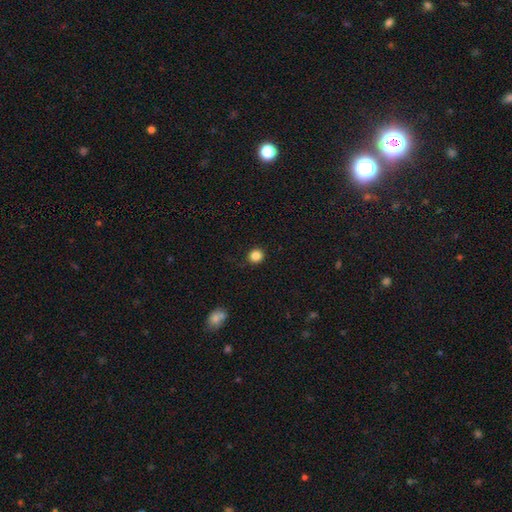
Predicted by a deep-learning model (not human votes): A smooth galaxy with no disk features (85%) that is round (92%).

Vote fractions:
- Smooth or featured? smooth: 85% / star or artifact: 11% / featured or disk: 4%
- How rounded? round: 92% / in between: 7% / cigar-shaped: 1%
- Merging? none: 89% / minor disturbance: 8% / major disturbance: 2% / merger: 1%